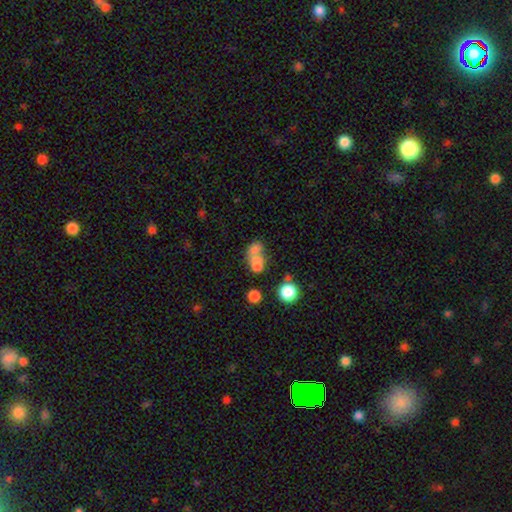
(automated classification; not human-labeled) This appears to be a smooth galaxy with no disk features (59%) that is in between round and cigar-shaped (53%). Merging: merger (56%).